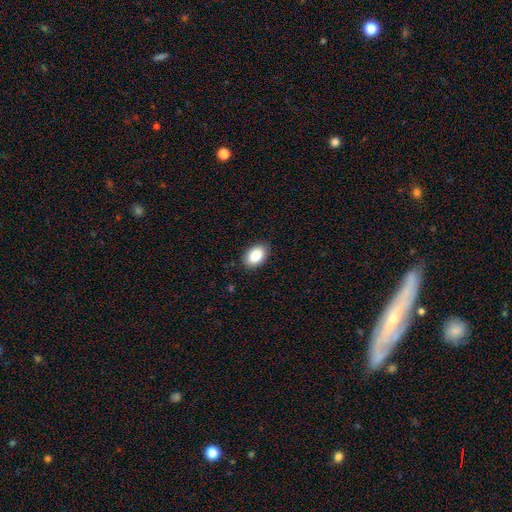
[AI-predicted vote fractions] Q: Smooth or featured?
A: smooth (88%); runner-up: star or artifact (8%)
Q: How rounded?
A: in between (89%); runner-up: round (10%)
Q: Merging?
A: none (87%); runner-up: minor disturbance (10%)